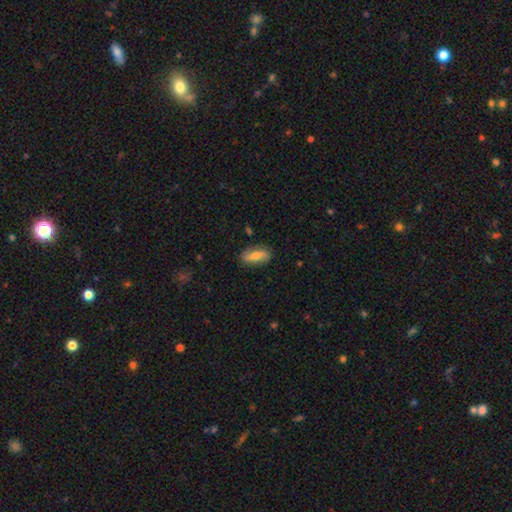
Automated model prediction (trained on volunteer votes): The model was most divided on "smooth or featured": smooth: 61%, featured or disk: 32%, star or artifact: 7%. More confident: merging — none (82%); how rounded — in between (72%).